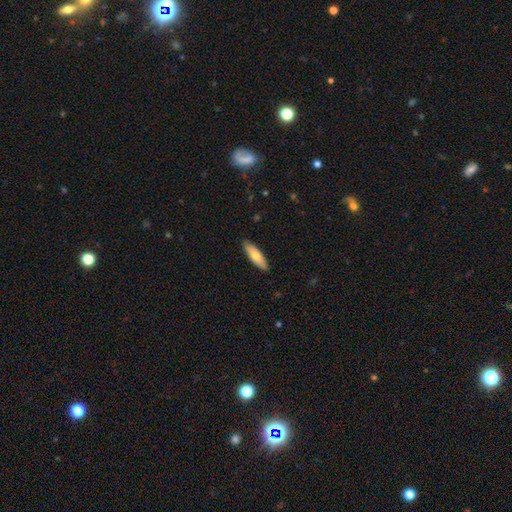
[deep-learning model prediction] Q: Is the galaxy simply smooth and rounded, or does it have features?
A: smooth — 71%.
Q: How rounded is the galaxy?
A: cigar-shaped — 53%.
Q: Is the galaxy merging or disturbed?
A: none — 89%.